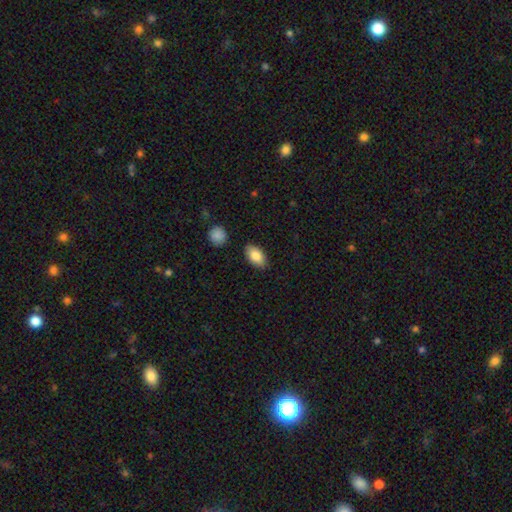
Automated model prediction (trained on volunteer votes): Q: Smooth or featured?
A: smooth (85%); runner-up: featured or disk (8%)
Q: How rounded?
A: in between (91%); runner-up: round (7%)
Q: Merging?
A: none (84%); runner-up: minor disturbance (11%)